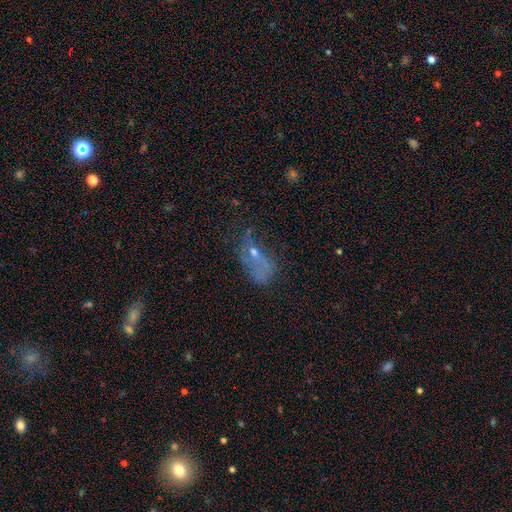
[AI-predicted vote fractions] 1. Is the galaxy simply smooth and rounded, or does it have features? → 43% featured or disk, 38% smooth, 19% star or artifact.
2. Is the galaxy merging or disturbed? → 40% major disturbance, 30% none, 22% minor disturbance, 8% merger.